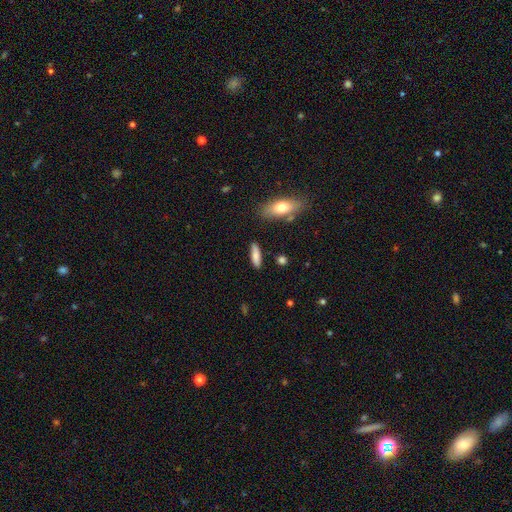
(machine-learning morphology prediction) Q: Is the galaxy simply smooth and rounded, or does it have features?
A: smooth — 79%.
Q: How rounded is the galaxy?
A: cigar-shaped — 61%.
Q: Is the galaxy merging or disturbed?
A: none — 82%.